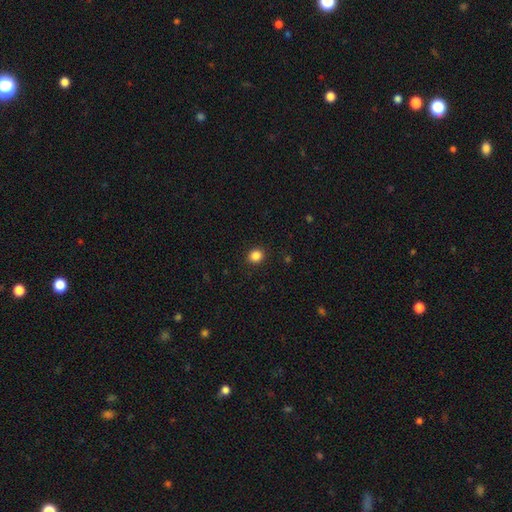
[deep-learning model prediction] A smooth galaxy with no disk features (86%) that is round (78%). Merging: none (91%).